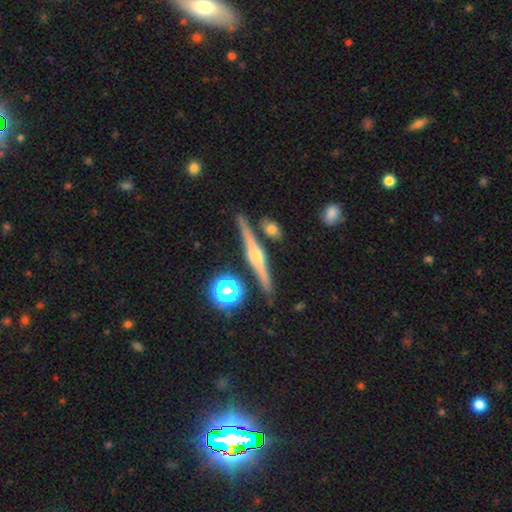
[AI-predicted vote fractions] This is likely a featured or disk galaxy (80%). It is clearly viewed edge-on (98%). Edge-on bulge: clearly rounded (86%). Merging: clearly none (87%).